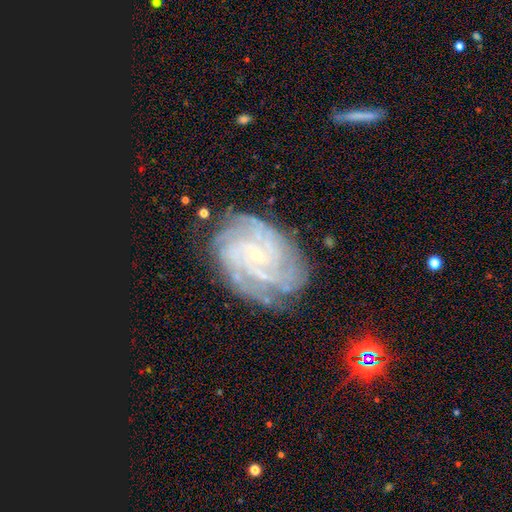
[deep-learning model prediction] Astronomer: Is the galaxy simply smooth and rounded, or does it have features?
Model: featured or disk — 86%.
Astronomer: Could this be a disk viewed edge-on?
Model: no — 97%.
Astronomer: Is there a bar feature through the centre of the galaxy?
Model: no — 65%.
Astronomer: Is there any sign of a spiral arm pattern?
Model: yes — 97%.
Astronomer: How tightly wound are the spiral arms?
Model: tight — 72%.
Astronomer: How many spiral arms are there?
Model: can't tell — 26% (runner-up: 4, 25%).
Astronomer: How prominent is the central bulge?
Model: small — 87%.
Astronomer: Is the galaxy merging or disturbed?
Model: none — 75%.